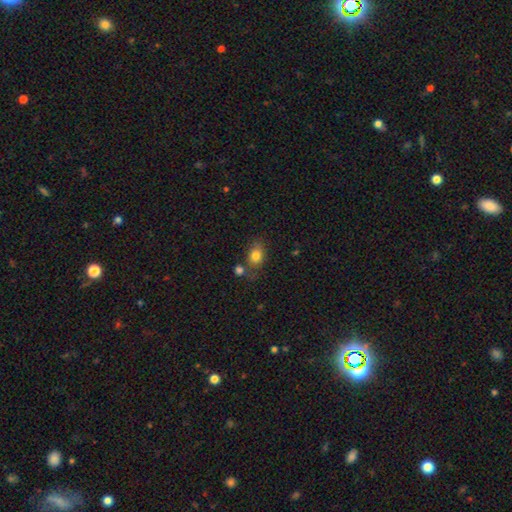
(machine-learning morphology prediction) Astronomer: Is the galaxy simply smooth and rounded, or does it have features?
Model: smooth — 80%.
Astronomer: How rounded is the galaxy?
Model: in between — 65%.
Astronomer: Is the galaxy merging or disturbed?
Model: none — 58%.